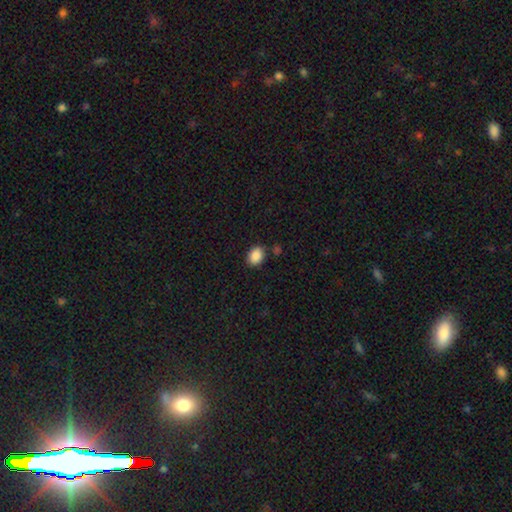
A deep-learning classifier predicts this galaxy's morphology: Q: Smooth or featured?
A: smooth (89%); runner-up: star or artifact (8%)
Q: How rounded?
A: in between (73%); runner-up: round (26%)
Q: Merging?
A: none (82%); runner-up: minor disturbance (11%)